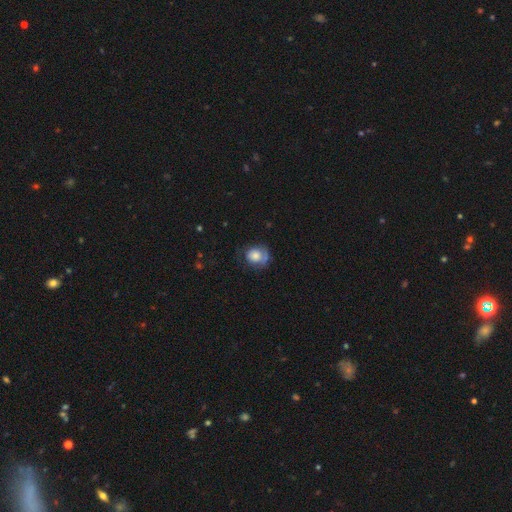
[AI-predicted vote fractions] This is likely a smooth galaxy (65%). How rounded: likely round (72%). Merging: possibly none (52%).